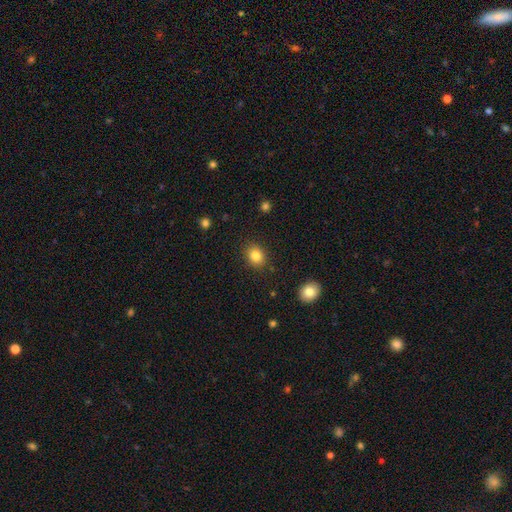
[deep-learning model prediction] This is clearly a smooth galaxy (84%). How rounded: possibly round (57%). Merging: clearly none (88%).